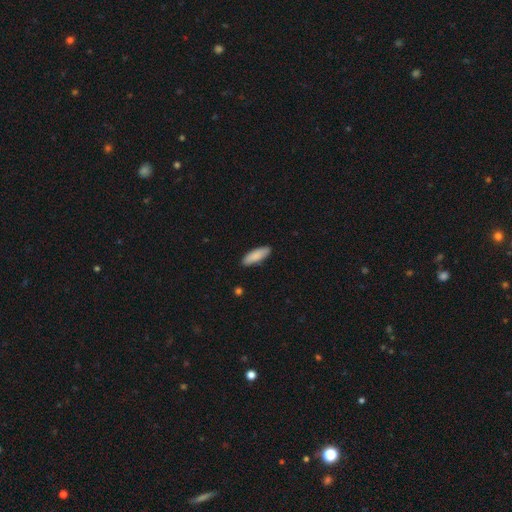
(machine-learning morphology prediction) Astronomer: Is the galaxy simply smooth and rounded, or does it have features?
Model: smooth — 87%.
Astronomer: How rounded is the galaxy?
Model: in between — 55% (runner-up: cigar-shaped, 44%).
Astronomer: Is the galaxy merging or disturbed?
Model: none — 88%.